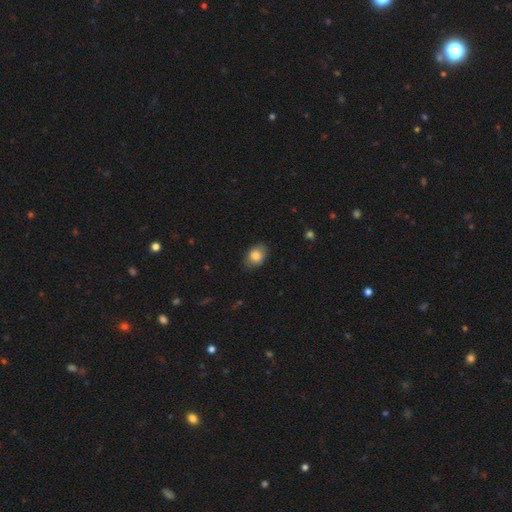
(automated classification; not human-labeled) Smooth or featured?
  - smooth: 83% *
  - featured or disk: 9%
  - star or artifact: 8%
How rounded?
  - in between: 68% *
  - round: 30%
  - cigar-shaped: 1%
Merging?
  - none: 81% *
  - minor disturbance: 16%
  - major disturbance: 3%
  - merger: 1%